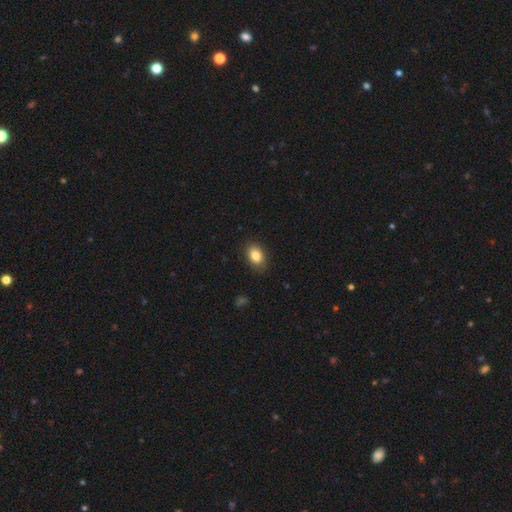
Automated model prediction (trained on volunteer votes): Smooth or featured?
  - smooth: 84% *
  - star or artifact: 8%
  - featured or disk: 8%
How rounded?
  - in between: 85% *
  - round: 13%
  - cigar-shaped: 2%
Merging?
  - none: 88% *
  - minor disturbance: 9%
  - major disturbance: 2%
  - merger: 1%